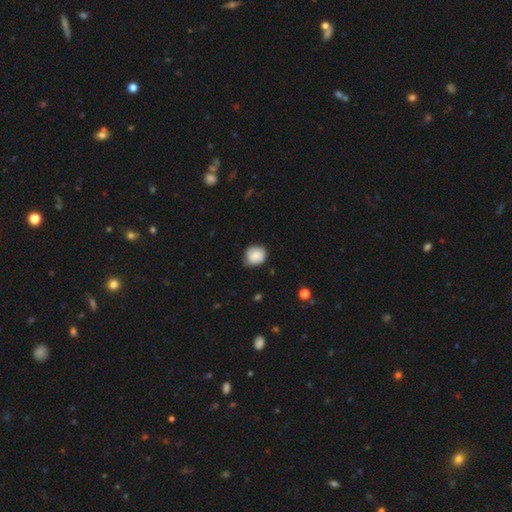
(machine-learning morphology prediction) A smooth galaxy with no disk features (79%) that is round (78%). Merging: none (65%).